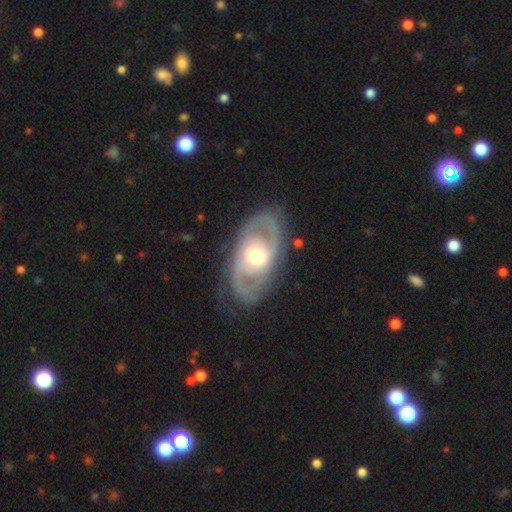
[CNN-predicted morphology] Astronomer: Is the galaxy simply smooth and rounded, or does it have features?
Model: featured or disk — 78%.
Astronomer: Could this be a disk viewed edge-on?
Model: no — 93%.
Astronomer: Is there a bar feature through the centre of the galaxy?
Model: no — 47% (runner-up: weak, 37%).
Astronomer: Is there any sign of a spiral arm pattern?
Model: yes — 74%.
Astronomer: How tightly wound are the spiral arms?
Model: medium — 42% (runner-up: tight, 38%).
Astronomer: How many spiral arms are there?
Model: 2 — 78%.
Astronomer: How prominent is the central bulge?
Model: moderate — 68%.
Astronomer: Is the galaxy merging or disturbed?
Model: none — 78%.